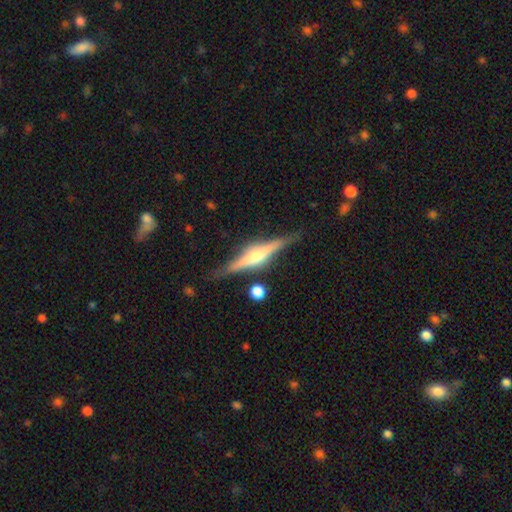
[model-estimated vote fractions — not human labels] Smooth or featured? Predicted: featured or disk (p=0.77). Edge-on disk? Predicted: yes (p=0.97). Edge-on bulge? Predicted: rounded (p=0.85). Merging? Predicted: none (p=0.83).